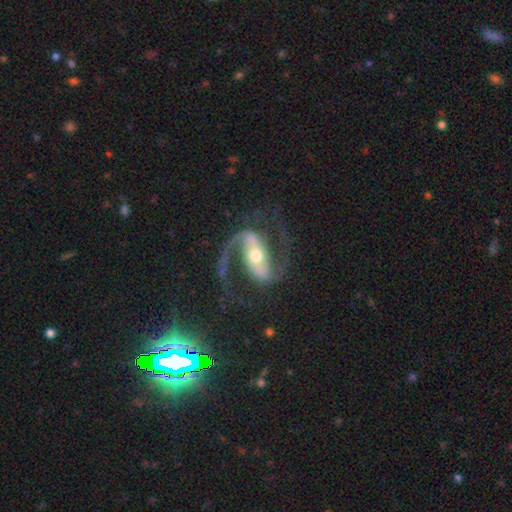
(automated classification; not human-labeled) Morphology: type=featured or disk (92%); edge-on=no (97%); bar=strong (55%); spiral arms=yes (98%); winding=medium (51%); arm count=2 (92%); bulge=moderate (68%); merging=none (73%).